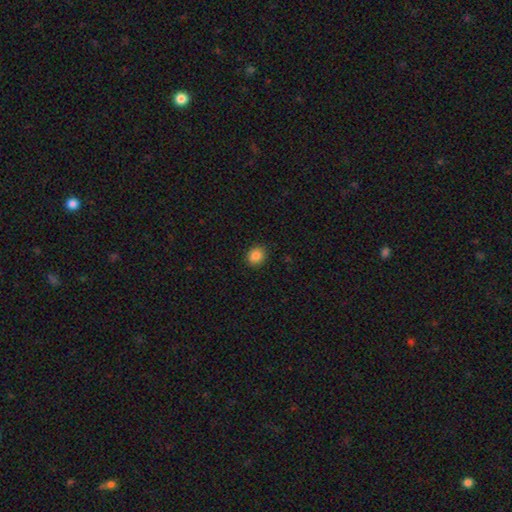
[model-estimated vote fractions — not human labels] The model was most divided on "how rounded": round: 67%, in between: 32%, cigar-shaped: 1%. More confident: merging — none (89%); smooth or featured — smooth (87%).